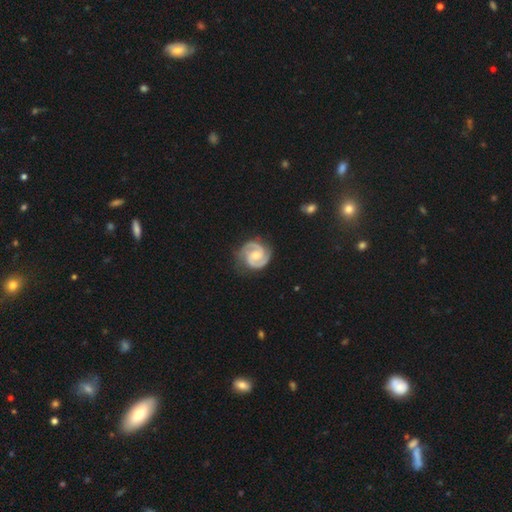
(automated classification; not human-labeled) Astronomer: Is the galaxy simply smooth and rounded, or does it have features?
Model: featured or disk — 91%.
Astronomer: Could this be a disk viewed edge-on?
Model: no — 98%.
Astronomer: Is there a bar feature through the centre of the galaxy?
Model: no — 49% (runner-up: weak, 40%).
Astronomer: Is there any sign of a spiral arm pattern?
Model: yes — 98%.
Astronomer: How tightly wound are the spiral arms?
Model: tight — 52% (runner-up: medium, 43%).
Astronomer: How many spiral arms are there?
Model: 2 — 92%.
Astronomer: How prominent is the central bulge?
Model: moderate — 51% (runner-up: small, 42%).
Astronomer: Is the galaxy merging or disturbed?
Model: none — 80%.